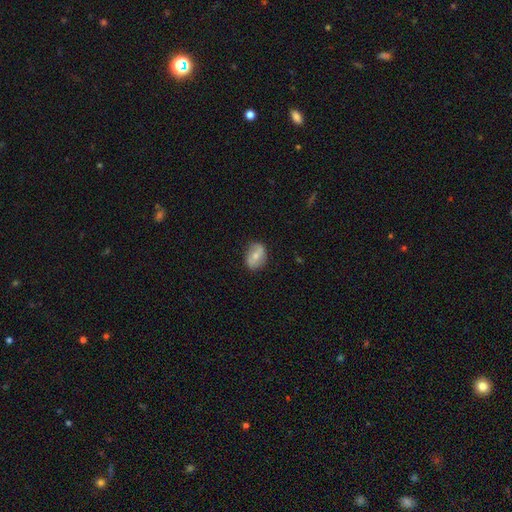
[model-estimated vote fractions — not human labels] Smooth or featured? Predicted: smooth (p=0.51). How rounded? Predicted: in between (p=0.66). Merging? Predicted: none (p=0.79).